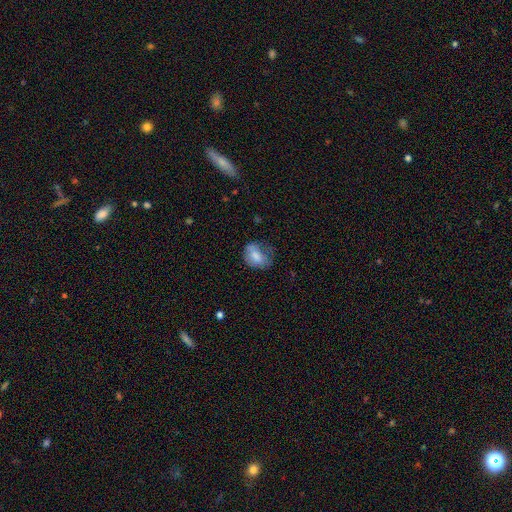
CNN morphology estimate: smooth-or-featured: smooth: 72% | featured or disk: 19% | star or artifact: 9%
  how-rounded: in between: 69% | round: 30% | cigar-shaped: 2%
  merging: none: 43% | minor disturbance: 33% | major disturbance: 22% | merger: 2%